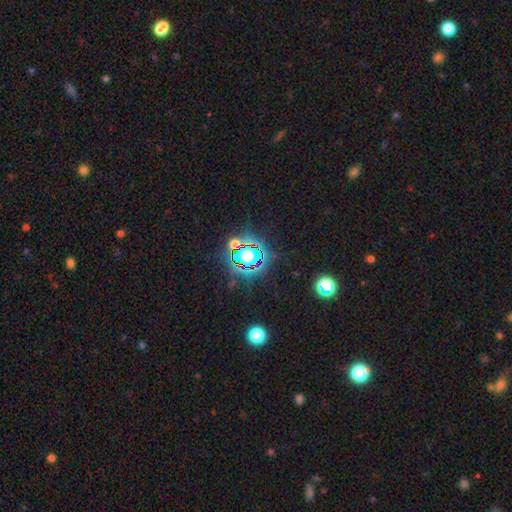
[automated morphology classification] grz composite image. It shows a star or artifact, not a galaxy (80%).